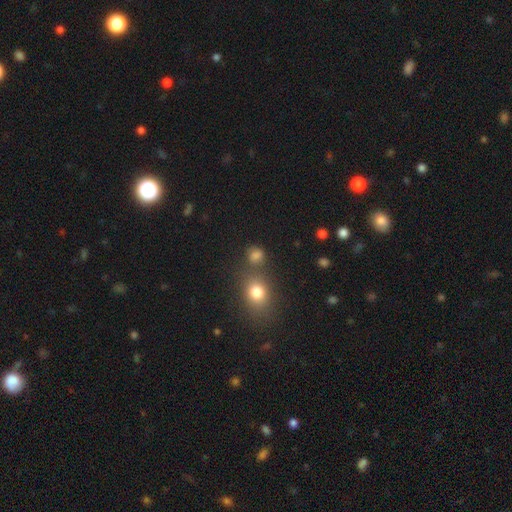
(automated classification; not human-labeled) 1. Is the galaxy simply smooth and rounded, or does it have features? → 76% smooth, 17% star or artifact, 6% featured or disk.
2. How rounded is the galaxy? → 68% round, 30% in between, 2% cigar-shaped.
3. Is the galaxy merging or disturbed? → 63% none, 18% merger, 13% minor disturbance, 6% major disturbance.